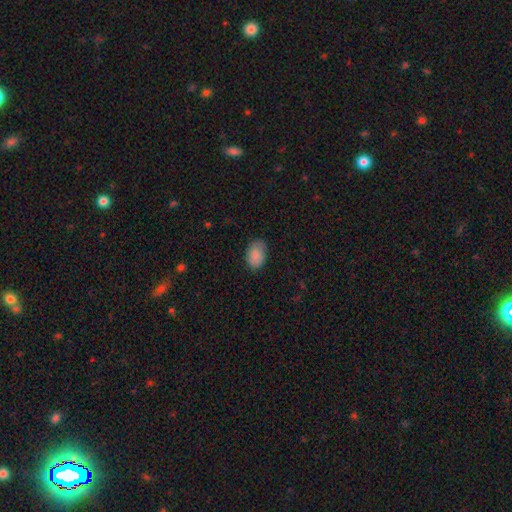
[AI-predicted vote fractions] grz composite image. It shows a smooth galaxy with no disk features (86%) that is in between round and cigar-shaped (87%). Merging: none (77%).